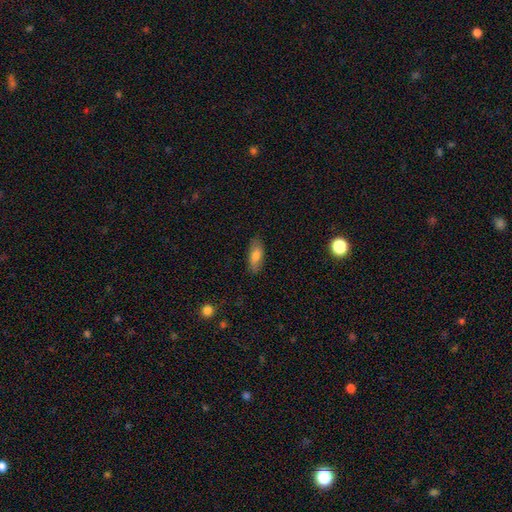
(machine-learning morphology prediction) Overall: smooth (75%). How rounded: in between (79%). Merging: none (84%).